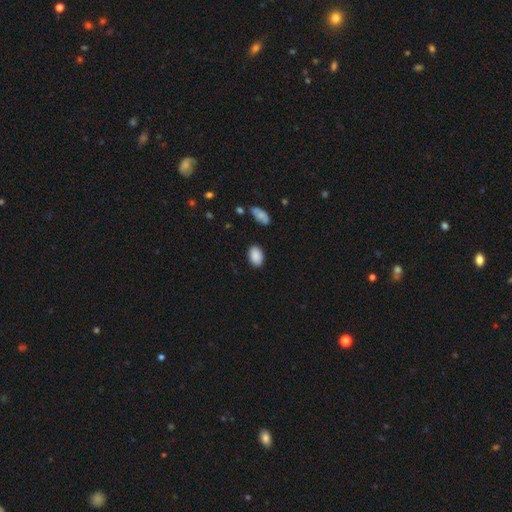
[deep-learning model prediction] Smooth or featured? Predicted: smooth (p=0.89). How rounded? Predicted: in between (p=0.87). Merging? Predicted: none (p=0.86).